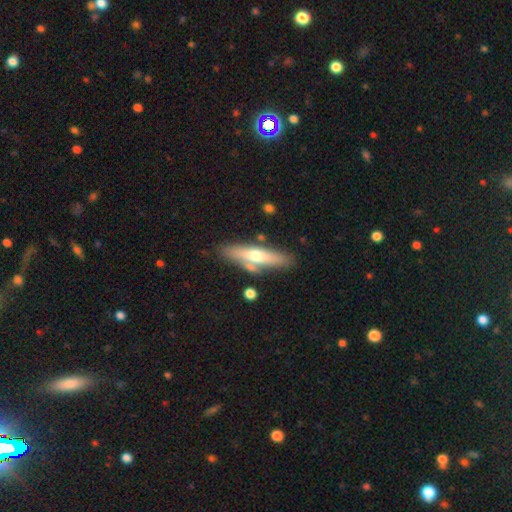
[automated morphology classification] smooth-or-featured: smooth: 47% (tied) | featured or disk: 47% (tied) | star or artifact: 6%
  merging: none: 74% | minor disturbance: 13% | merger: 10% | major disturbance: 3%